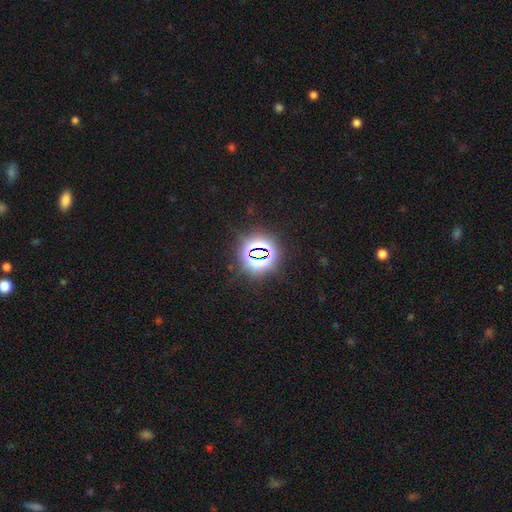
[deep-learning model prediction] Smooth or featured?
  - star or artifact: 78% *
  - smooth: 15%
  - featured or disk: 7%